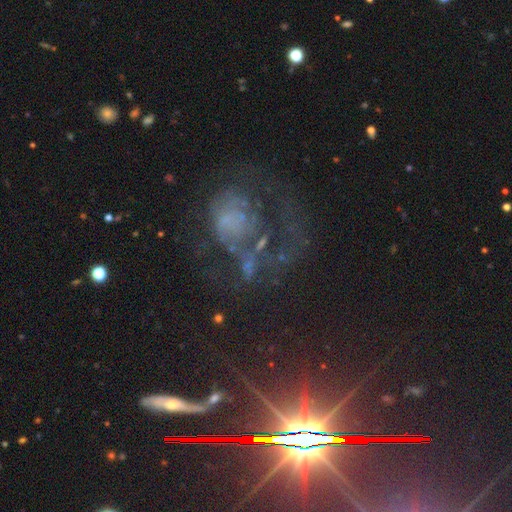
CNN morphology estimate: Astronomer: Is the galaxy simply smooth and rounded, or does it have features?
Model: featured or disk — 42% (runner-up: star or artifact, 38%).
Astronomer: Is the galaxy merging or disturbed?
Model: major disturbance — 39% (runner-up: none, 38%).